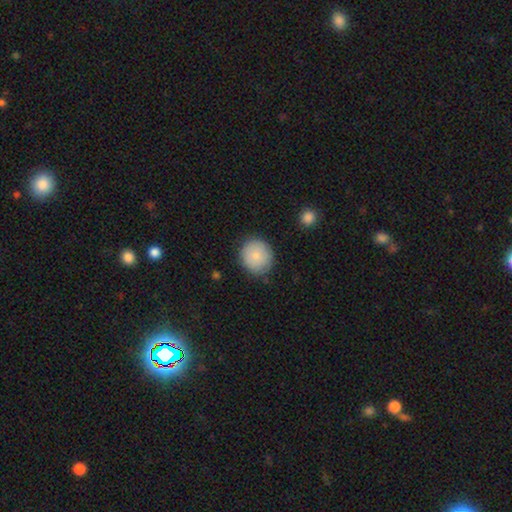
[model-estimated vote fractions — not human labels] Smooth or featured: smooth — 84% (featured or disk — 9%)
How rounded: round — 85% (in between — 14%)
Merging: none — 82% (minor disturbance — 13%)